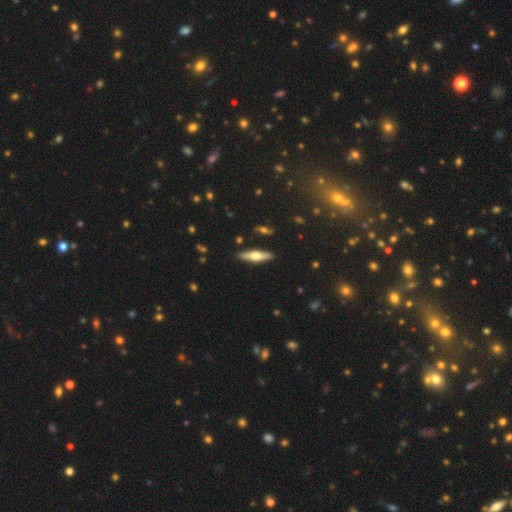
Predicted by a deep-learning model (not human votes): This appears to be a featured or disk galaxy (53%) viewed edge-on (93%). Merging: none (88%).